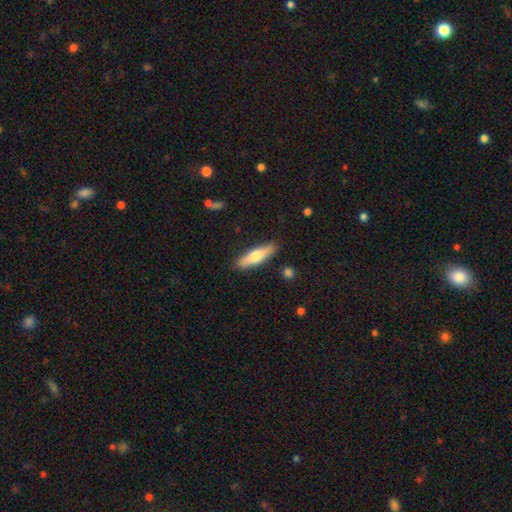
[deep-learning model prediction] Smooth or featured? smooth (61%)
How rounded? cigar-shaped (71%)
Merging? none (88%)